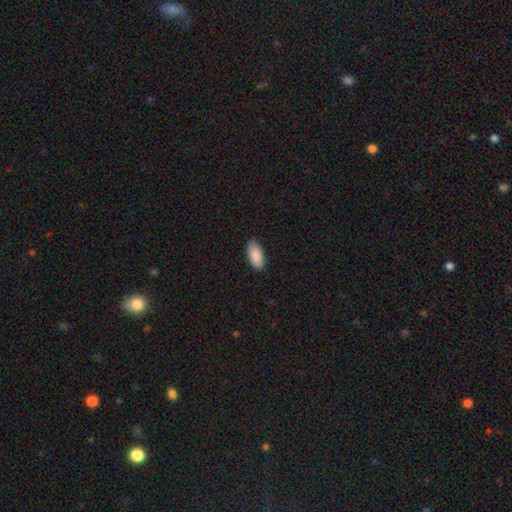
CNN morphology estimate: Smooth or featured: smooth — 88% (featured or disk — 6%)
How rounded: in between — 92% (cigar-shaped — 6%)
Merging: none — 86% (minor disturbance — 11%)